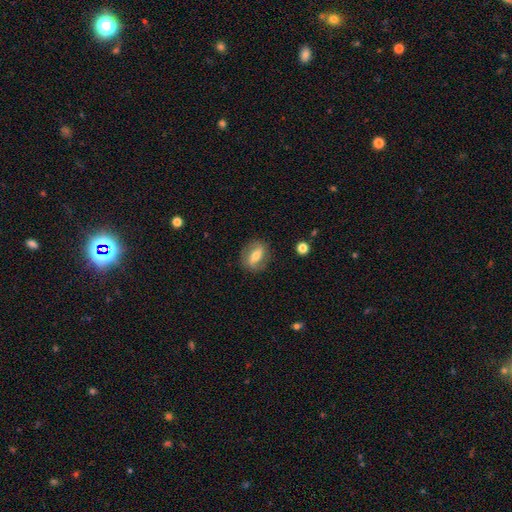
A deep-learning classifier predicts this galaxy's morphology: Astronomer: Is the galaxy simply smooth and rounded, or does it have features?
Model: smooth — 46%, tied with featured or disk at 46%.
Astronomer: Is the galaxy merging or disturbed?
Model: none — 82%.